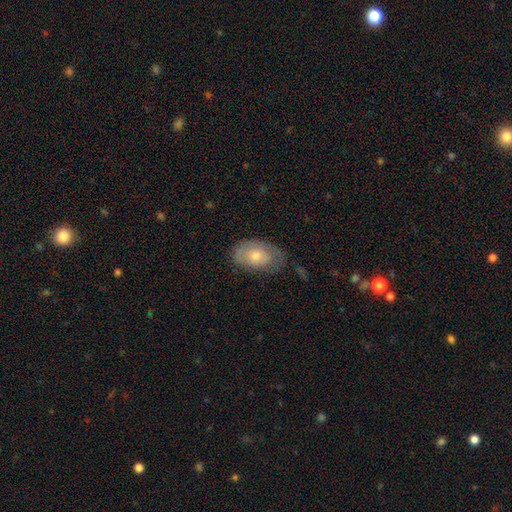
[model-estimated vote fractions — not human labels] A smooth galaxy with no disk features (55%) that is in between round and cigar-shaped (90%). Merging: none (59%).